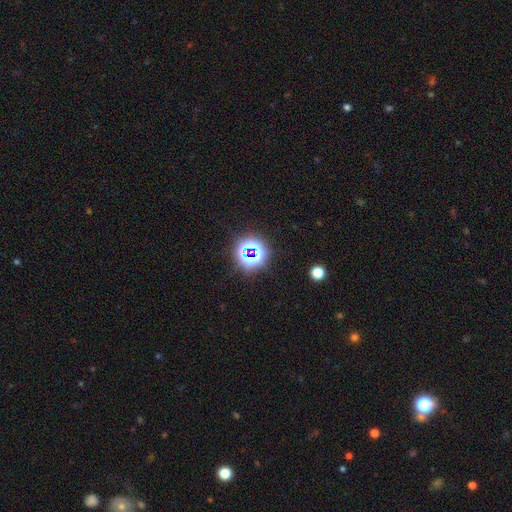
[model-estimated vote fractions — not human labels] A star or artifact, not a galaxy (72%).

Vote fractions:
- Smooth or featured? star or artifact: 72% / smooth: 19% / featured or disk: 9%